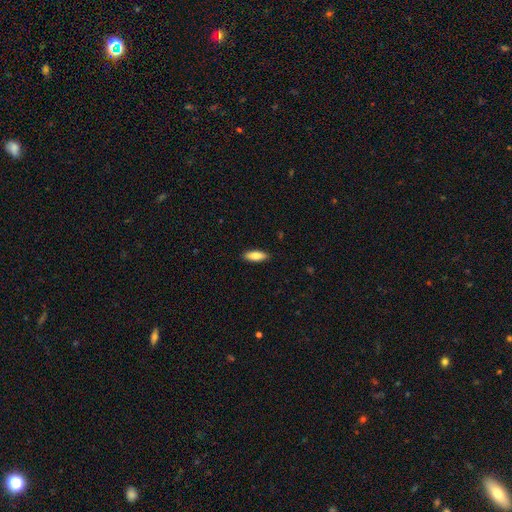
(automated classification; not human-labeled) This is clearly a smooth galaxy (84%). How rounded: likely in between (70%). Merging: clearly none (89%).